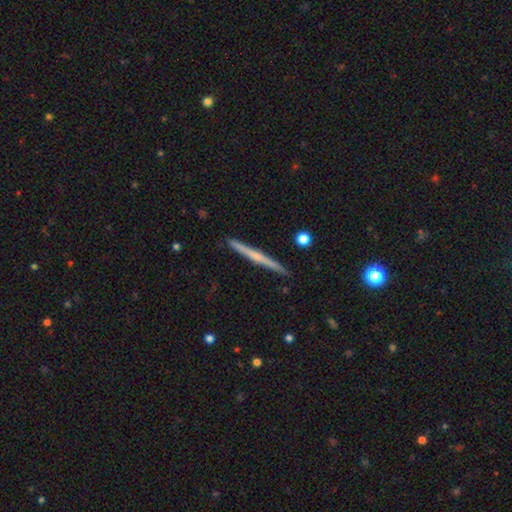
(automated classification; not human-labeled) A featured or disk galaxy (59%) viewed edge-on (98%) with no central bulge (56%). Merging: none (92%).